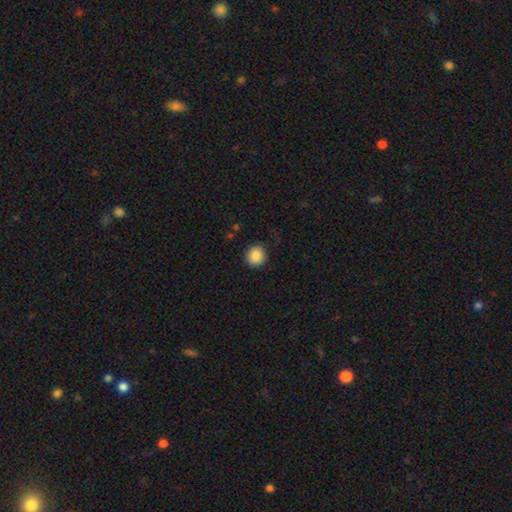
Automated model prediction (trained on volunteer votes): Smooth or featured?
  - smooth: 87% *
  - star or artifact: 9%
  - featured or disk: 4%
How rounded?
  - round: 89% *
  - in between: 10%
  - cigar-shaped: 1%
Merging?
  - none: 87% *
  - minor disturbance: 9%
  - major disturbance: 3%
  - merger: 1%